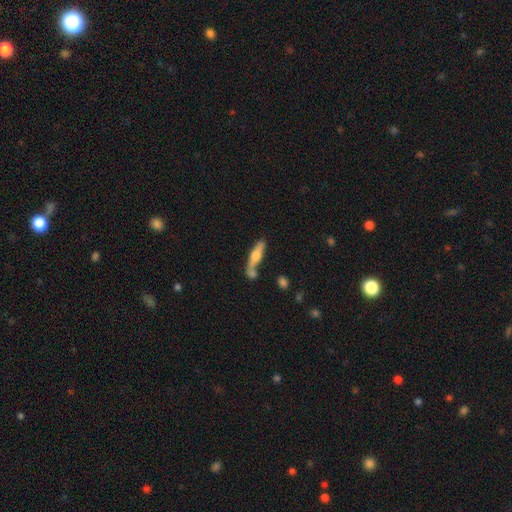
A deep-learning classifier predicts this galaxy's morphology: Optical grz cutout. It shows a featured or disk galaxy (48%). Merging: none (54%).